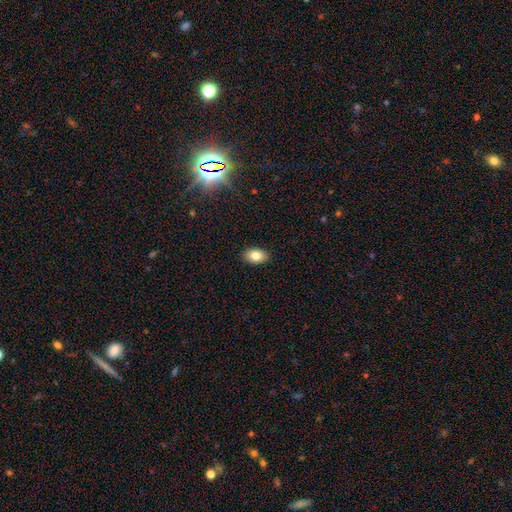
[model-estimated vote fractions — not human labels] This appears to be a smooth galaxy with no disk features (82%) that is in between round and cigar-shaped (90%). Merging: none (89%).